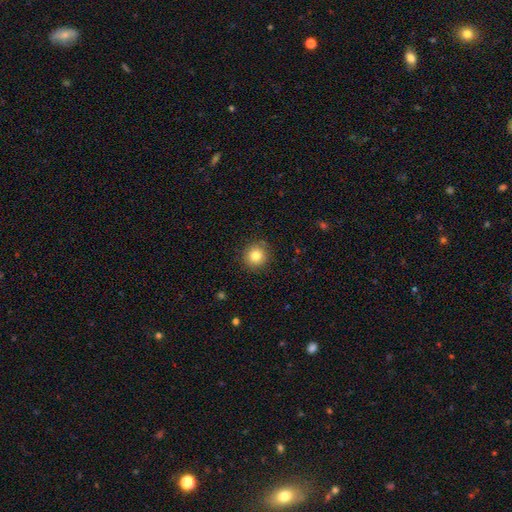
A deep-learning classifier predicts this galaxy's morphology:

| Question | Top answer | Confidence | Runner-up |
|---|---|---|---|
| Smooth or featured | smooth | 81% | star or artifact (11%) |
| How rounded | round | 92% | in between (7%) |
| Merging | none | 87% | minor disturbance (9%) |